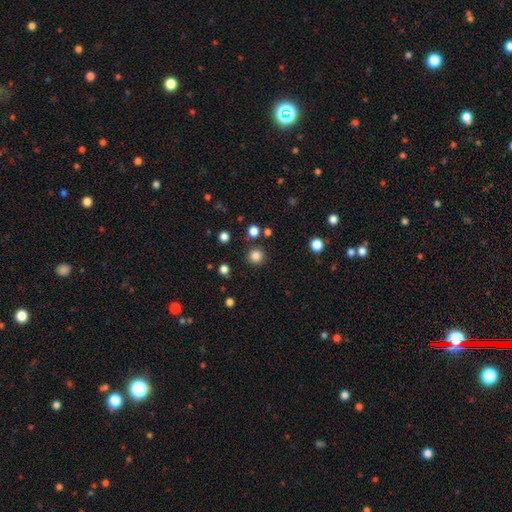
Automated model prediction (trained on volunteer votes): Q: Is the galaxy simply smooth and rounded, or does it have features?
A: smooth — 84%.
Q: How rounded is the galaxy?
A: round — 94%.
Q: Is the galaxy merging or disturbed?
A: none — 88%.